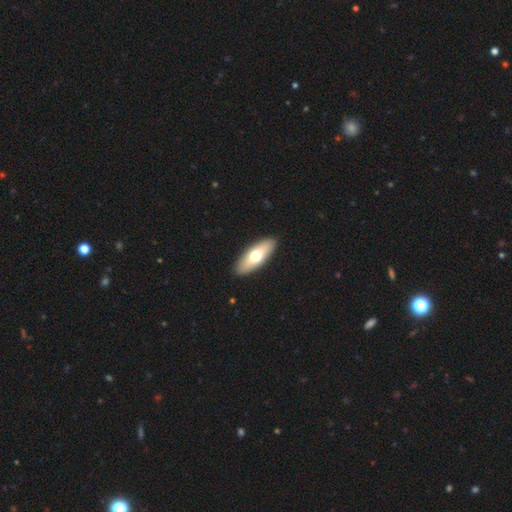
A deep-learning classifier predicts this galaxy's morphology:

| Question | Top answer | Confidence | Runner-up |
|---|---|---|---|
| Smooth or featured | smooth | 62% | featured or disk (32%) |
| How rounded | in between | 70% | cigar-shaped (27%) |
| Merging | none | 91% | minor disturbance (6%) |